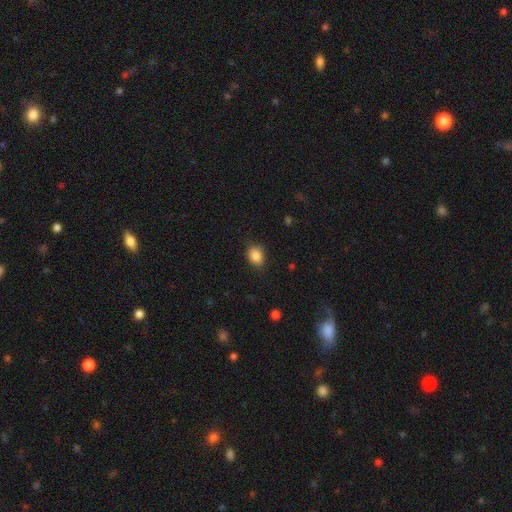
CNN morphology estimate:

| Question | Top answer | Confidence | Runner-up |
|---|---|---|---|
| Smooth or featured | smooth | 87% | star or artifact (9%) |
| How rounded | in between | 55% | round (44%) |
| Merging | none | 82% | minor disturbance (14%) |